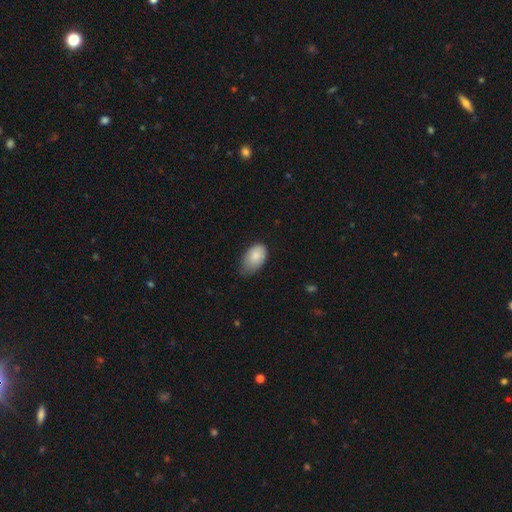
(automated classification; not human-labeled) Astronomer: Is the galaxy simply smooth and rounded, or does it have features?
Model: smooth — 84%.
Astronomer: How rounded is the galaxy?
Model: in between — 92%.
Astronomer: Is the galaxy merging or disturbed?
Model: none — 48% (runner-up: minor disturbance, 43%).